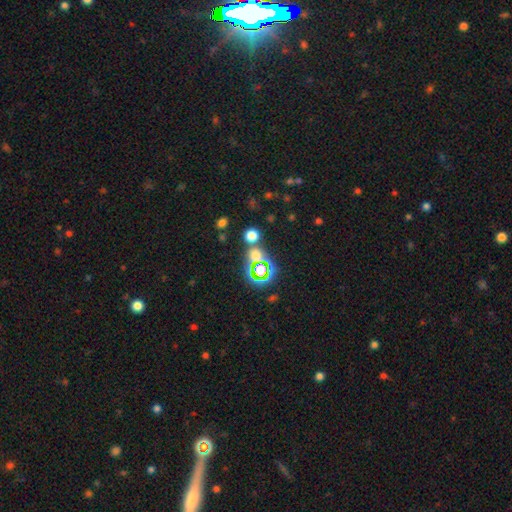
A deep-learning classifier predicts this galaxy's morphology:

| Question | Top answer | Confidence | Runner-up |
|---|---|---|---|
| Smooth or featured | smooth | 46% | star or artifact (45%) |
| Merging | none | 69% | merger (18%) |